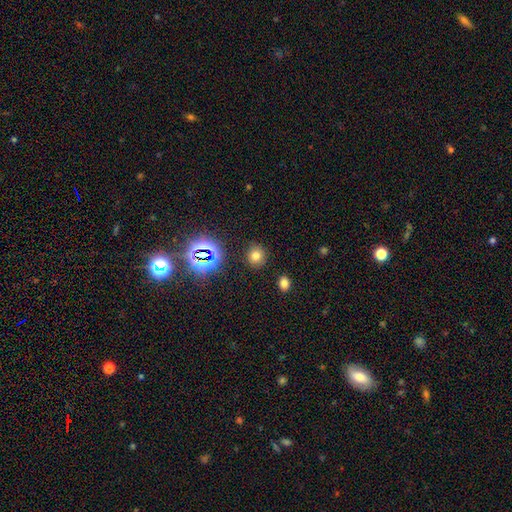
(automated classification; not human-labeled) Overall: smooth (71%). How rounded: round (83%). Merging: none (87%).